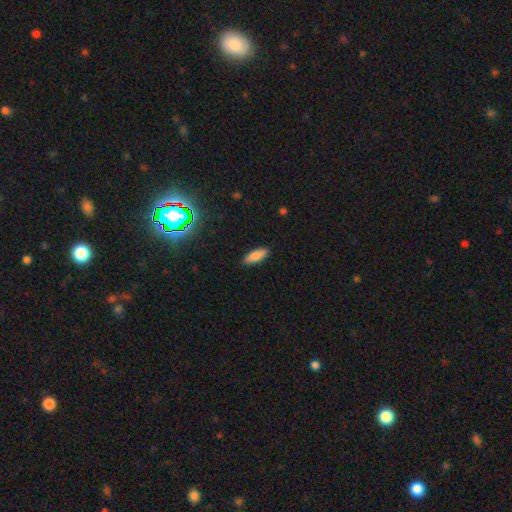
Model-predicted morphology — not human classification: Smooth or featured?
  - smooth: 82% *
  - featured or disk: 9%
  - star or artifact: 9%
How rounded?
  - in between: 69% *
  - cigar-shaped: 29%
  - round: 2%
Merging?
  - none: 88% *
  - minor disturbance: 9%
  - major disturbance: 2%
  - merger: 1%